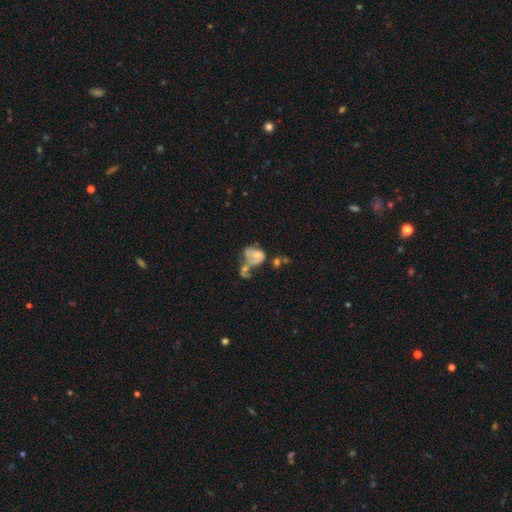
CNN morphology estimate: Smooth or featured?
  - featured or disk: 47% *
  - smooth: 43%
  - star or artifact: 10%
Merging?
  - merger: 51% *
  - major disturbance: 23%
  - none: 14%
  - minor disturbance: 11%